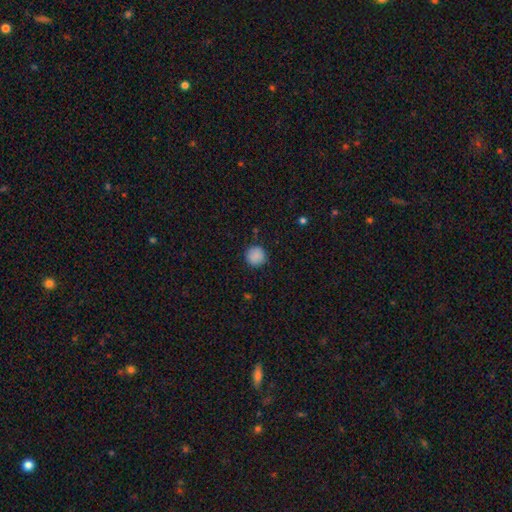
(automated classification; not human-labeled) This appears to be a smooth galaxy with no disk features (87%) that is round (93%). Merging: none (88%).